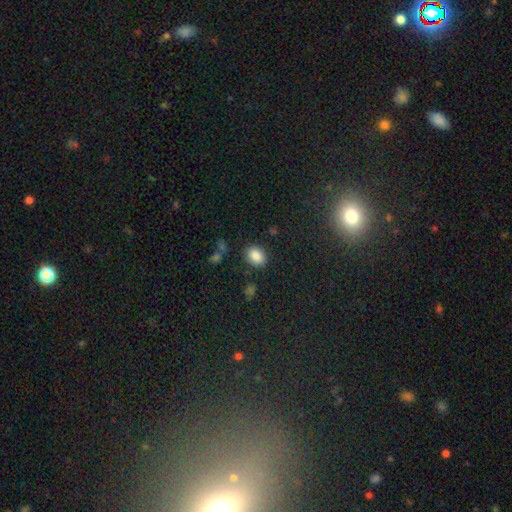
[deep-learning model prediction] The model was most divided on "how rounded": in between: 64%, round: 35%, cigar-shaped: 1%. More confident: smooth or featured — smooth (86%); merging — none (84%).